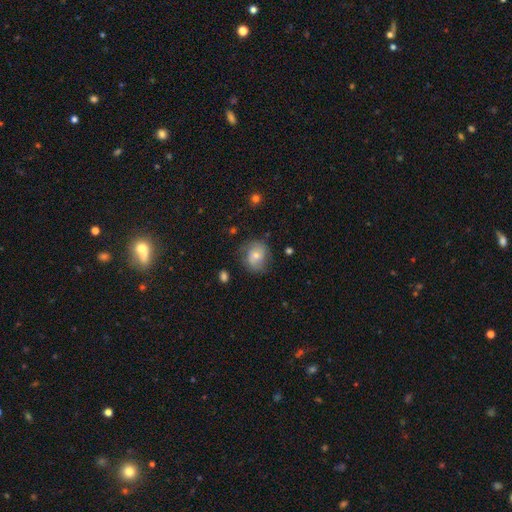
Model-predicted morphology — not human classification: Smooth or featured? smooth (56%)
How rounded? round (67%)
Merging? none (66%)